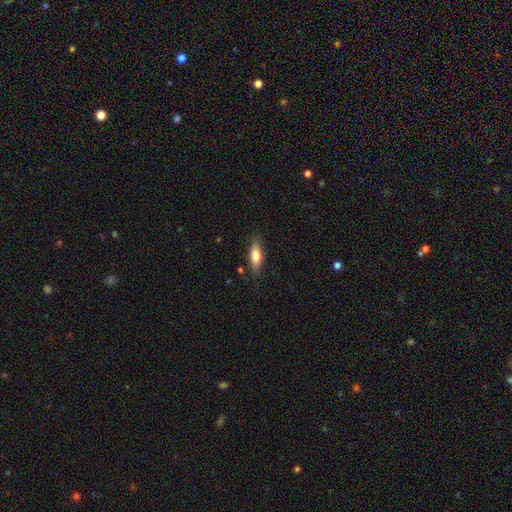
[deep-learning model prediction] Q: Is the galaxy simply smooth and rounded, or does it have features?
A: smooth — 74%.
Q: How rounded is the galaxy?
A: in between — 59%.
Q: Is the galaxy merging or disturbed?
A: none — 83%.